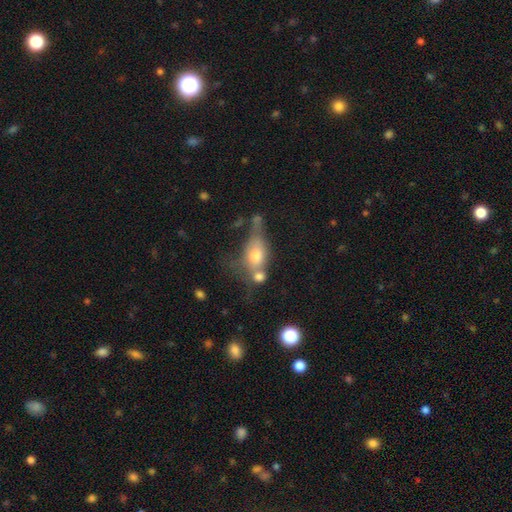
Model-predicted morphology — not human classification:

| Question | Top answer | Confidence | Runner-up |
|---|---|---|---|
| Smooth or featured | smooth | 60% | featured or disk (27%) |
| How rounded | in between | 63% | round (28%) |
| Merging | merger | 33% | none (28%) |